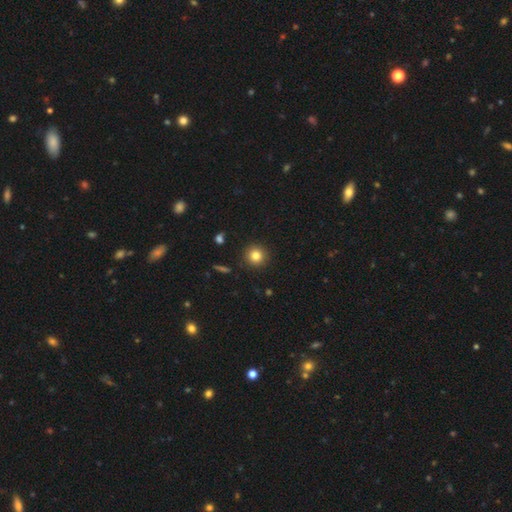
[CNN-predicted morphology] This is clearly a smooth galaxy (82%). How rounded: clearly round (94%). Merging: clearly none (91%).